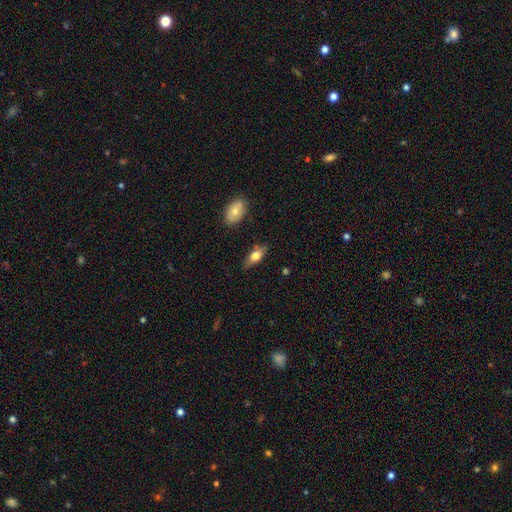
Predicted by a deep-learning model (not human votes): This is likely a smooth galaxy (73%). How rounded: clearly in between (83%). Merging: likely none (79%).